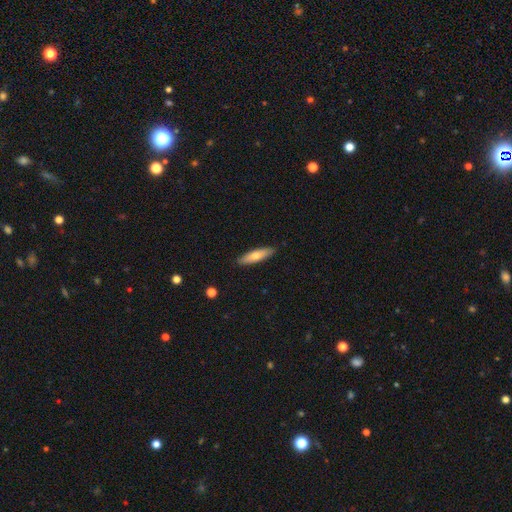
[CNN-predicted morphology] smooth_or_featured: smooth (p=0.67) [alt: featured or disk p=0.27]
how_rounded: cigar-shaped (p=0.71) [alt: in between p=0.28]
merging: none (p=0.89) [alt: minor disturbance p=0.09]